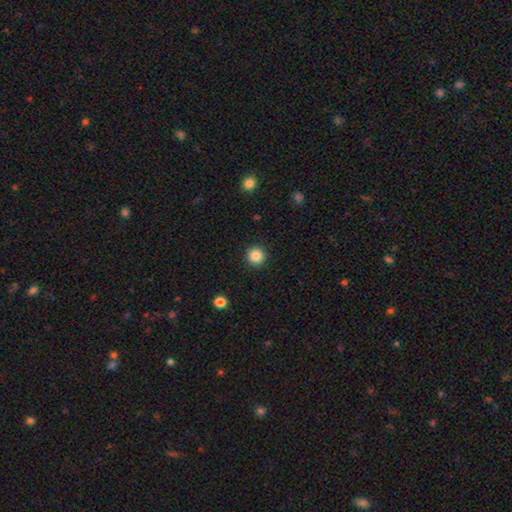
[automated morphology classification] Smooth or featured: smooth — 86% (star or artifact — 10%)
How rounded: round — 95% (in between — 4%)
Merging: none — 92% (minor disturbance — 5%)